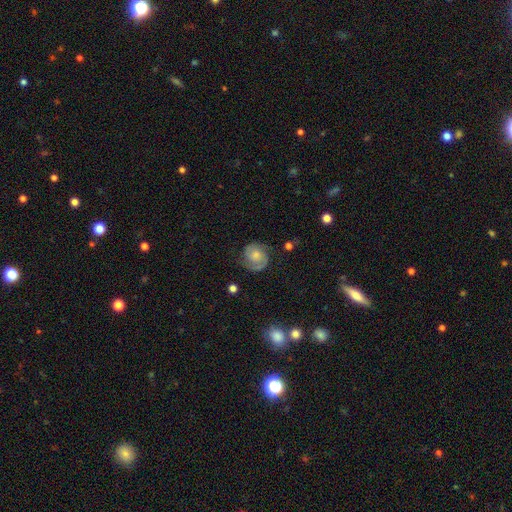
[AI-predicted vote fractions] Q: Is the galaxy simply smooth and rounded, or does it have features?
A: featured or disk — 74%.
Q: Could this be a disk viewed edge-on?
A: no — 98%.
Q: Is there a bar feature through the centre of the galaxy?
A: no — 70%.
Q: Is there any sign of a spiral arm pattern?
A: yes — 94%.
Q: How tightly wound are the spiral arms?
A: tight — 49%.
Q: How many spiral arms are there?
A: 2 — 81%.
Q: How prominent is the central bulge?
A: small — 41%.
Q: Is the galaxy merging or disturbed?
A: none — 74%.